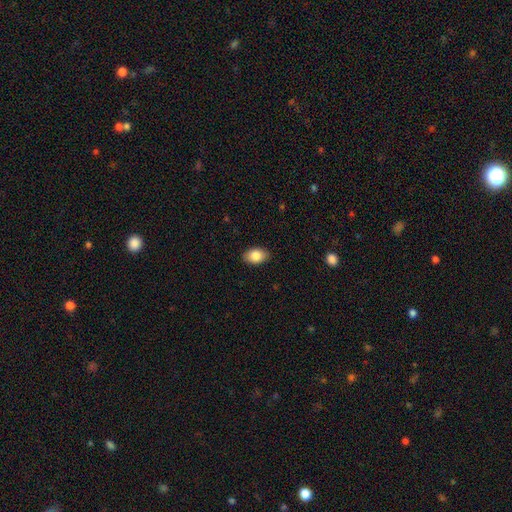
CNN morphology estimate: Q: Smooth or featured?
A: smooth (84%); runner-up: featured or disk (9%)
Q: How rounded?
A: in between (88%); runner-up: round (11%)
Q: Merging?
A: none (88%); runner-up: minor disturbance (9%)